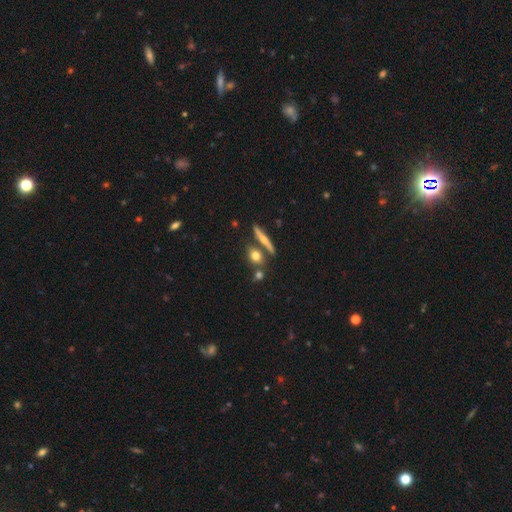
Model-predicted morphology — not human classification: smooth_or_featured: smooth (p=0.67) [alt: featured or disk p=0.22]
how_rounded: round (p=0.47) [alt: in between p=0.35]
merging: none (p=0.66) [alt: merger p=0.20]